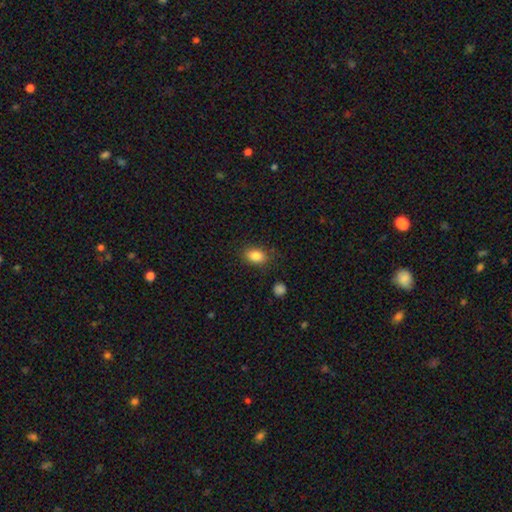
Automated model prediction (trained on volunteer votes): smooth-or-featured: smooth: 85% | star or artifact: 9% | featured or disk: 6%
  how-rounded: in between: 79% | round: 20% | cigar-shaped: 1%
  merging: none: 81% | minor disturbance: 13% | major disturbance: 4% | merger: 2%